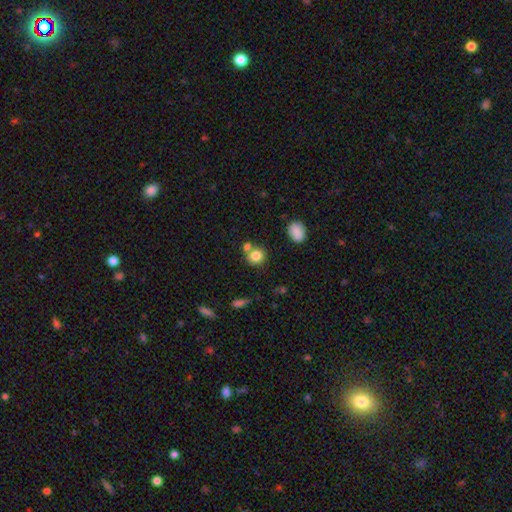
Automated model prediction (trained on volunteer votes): Smooth or featured?
  - smooth: 82% *
  - star or artifact: 11%
  - featured or disk: 8%
How rounded?
  - round: 83% *
  - in between: 16%
  - cigar-shaped: 1%
Merging?
  - none: 61% *
  - merger: 26%
  - minor disturbance: 10%
  - major disturbance: 3%